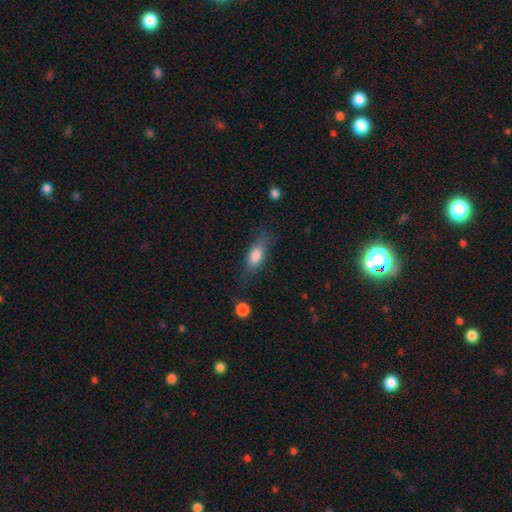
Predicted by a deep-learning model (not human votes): This appears to be a smooth galaxy with no disk features (77%) that is in between round and cigar-shaped (71%). Merging: none (67%).